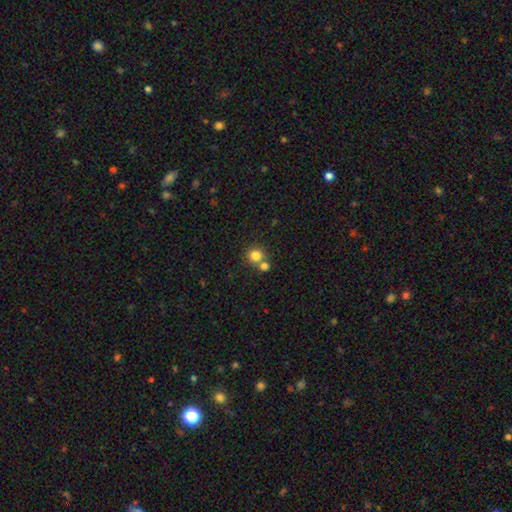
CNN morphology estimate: This appears to be a smooth galaxy with no disk features (81%) that is round (89%). Merging: none (56%).